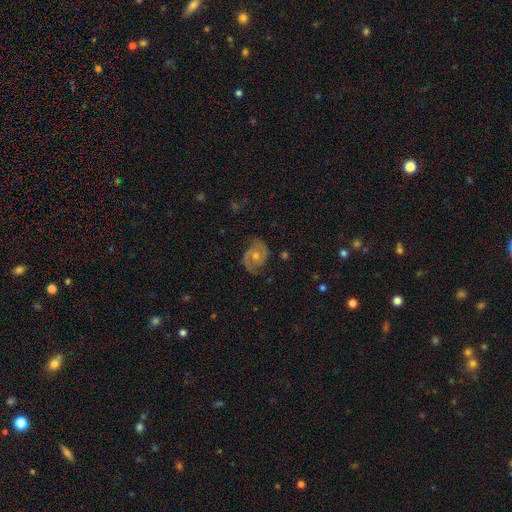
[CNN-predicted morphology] A featured or disk galaxy (80%) with no bar (70%), 2 (82%) medium (46%) spiral arms (94%) and a moderate central bulge (57%). Merging: none (76%).